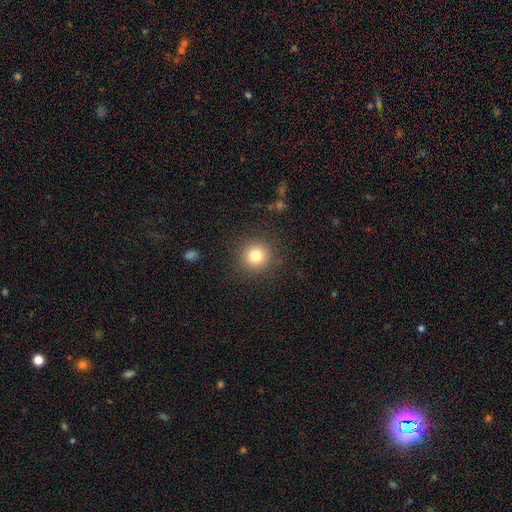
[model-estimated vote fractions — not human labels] smooth-or-featured: smooth: 80% | star or artifact: 12% | featured or disk: 8%
  how-rounded: round: 93% | in between: 6% | cigar-shaped: 1%
  merging: none: 88% | minor disturbance: 7% | major disturbance: 3% | merger: 1%